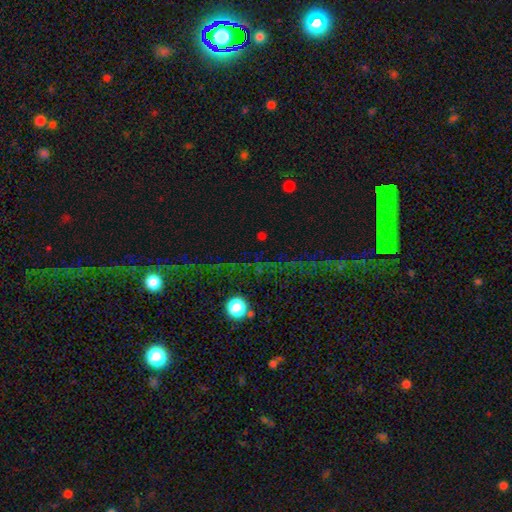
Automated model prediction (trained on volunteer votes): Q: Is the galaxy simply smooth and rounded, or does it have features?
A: star or artifact — 62%.